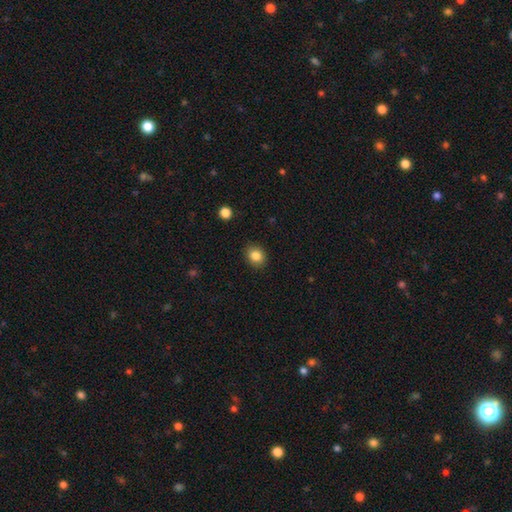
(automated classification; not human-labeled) Q: Smooth or featured?
A: smooth (85%); runner-up: star or artifact (9%)
Q: How rounded?
A: round (56%); runner-up: in between (43%)
Q: Merging?
A: none (88%); runner-up: minor disturbance (8%)